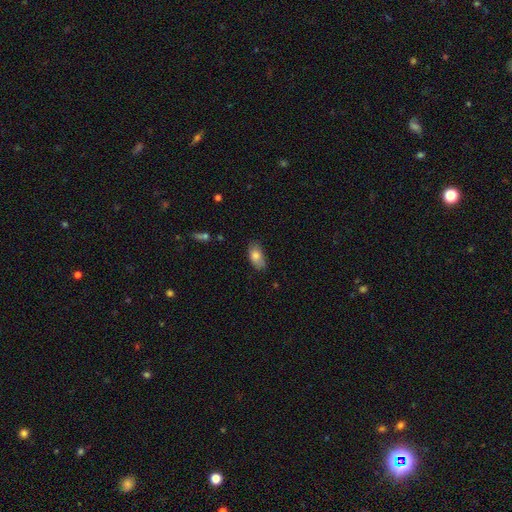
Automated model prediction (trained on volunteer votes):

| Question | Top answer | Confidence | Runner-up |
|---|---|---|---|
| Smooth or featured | smooth | 80% | featured or disk (13%) |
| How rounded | in between | 91% | cigar-shaped (5%) |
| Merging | none | 72% | minor disturbance (23%) |